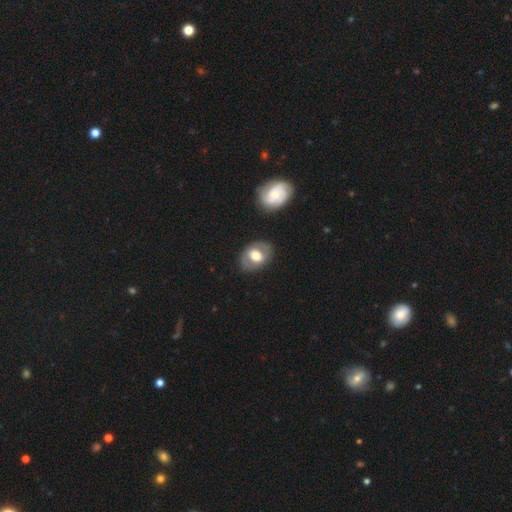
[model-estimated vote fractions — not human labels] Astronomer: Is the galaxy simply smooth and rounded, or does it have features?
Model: featured or disk — 50% (runner-up: smooth, 44%).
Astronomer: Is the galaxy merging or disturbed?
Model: none — 77%.